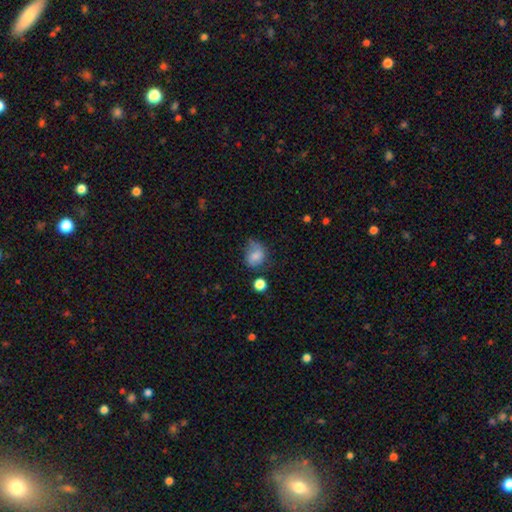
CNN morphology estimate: The model was most divided on "merging": none: 45%, minor disturbance: 34%, major disturbance: 15%, merger: 6%. More confident: smooth or featured — smooth (75%); how rounded — round (59%).